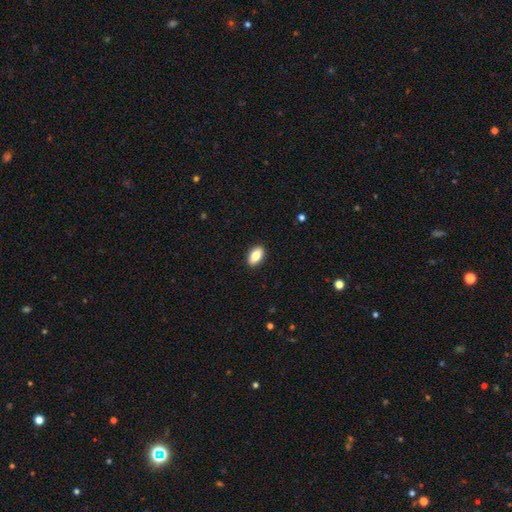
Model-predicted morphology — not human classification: smooth_or_featured: smooth (p=0.80) [alt: featured or disk p=0.13]
how_rounded: in between (p=0.89) [alt: round p=0.06]
merging: none (p=0.90) [alt: minor disturbance p=0.07]